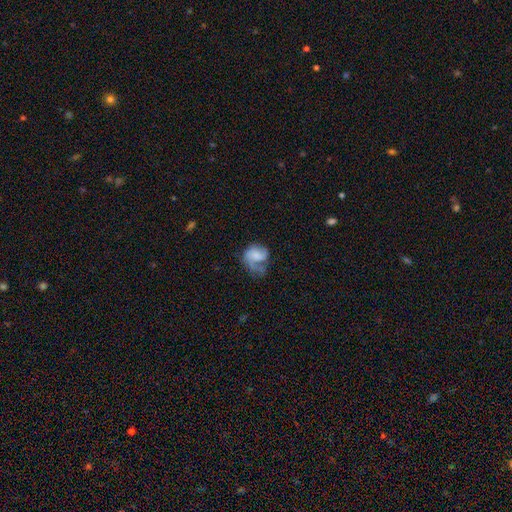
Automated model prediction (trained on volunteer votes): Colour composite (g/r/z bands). It shows a featured or disk galaxy (54%) with no bar (66%), spiral arms (80%) and no central bulge (35%). Merging: major disturbance (39%).